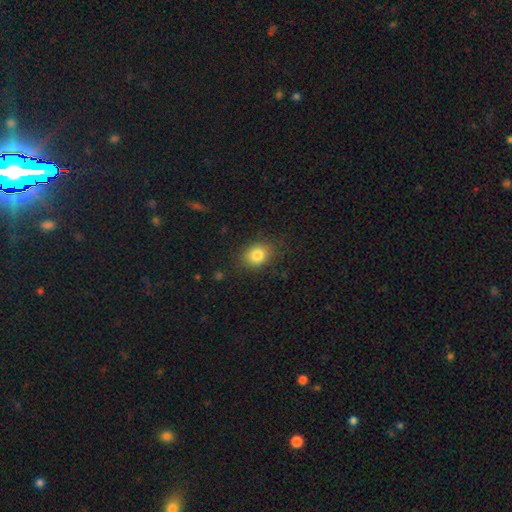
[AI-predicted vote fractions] This is clearly a smooth galaxy (83%). How rounded: possibly round (51%). Merging: clearly none (83%).